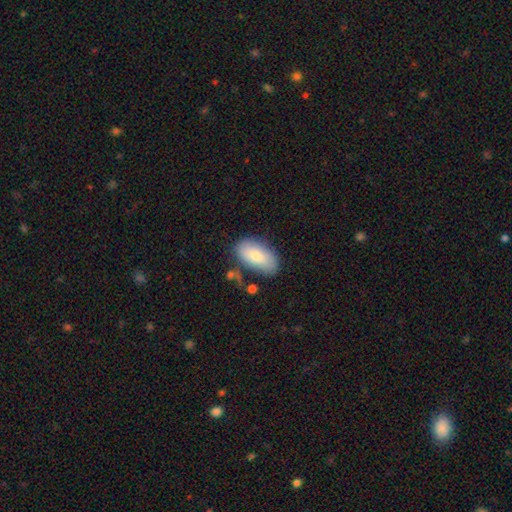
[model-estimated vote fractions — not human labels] A smooth galaxy with no disk features (77%) that is in between round and cigar-shaped (94%).

Vote fractions:
- Smooth or featured? smooth: 77% / featured or disk: 17% / star or artifact: 6%
- How rounded? in between: 94% / round: 3% / cigar-shaped: 2%
- Merging? none: 72% / minor disturbance: 18% / merger: 5% / major disturbance: 5%